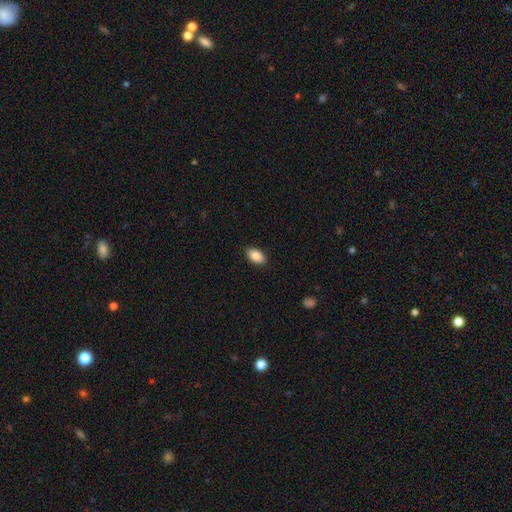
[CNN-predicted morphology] smooth-or-featured: smooth: 88% | star or artifact: 7% | featured or disk: 5%
  how-rounded: in between: 93% | round: 5% | cigar-shaped: 2%
  merging: none: 89% | minor disturbance: 8% | major disturbance: 2% | merger: 1%